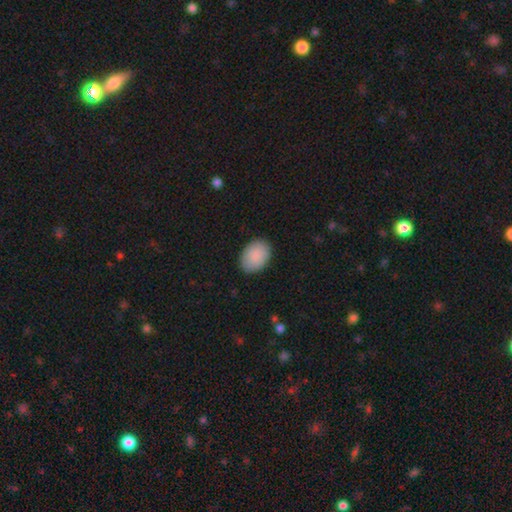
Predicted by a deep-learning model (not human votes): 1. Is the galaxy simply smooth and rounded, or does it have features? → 90% smooth, 6% star or artifact, 4% featured or disk.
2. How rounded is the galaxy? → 79% in between, 20% round, 1% cigar-shaped.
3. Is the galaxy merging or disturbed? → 87% none, 10% minor disturbance, 2% major disturbance, 1% merger.